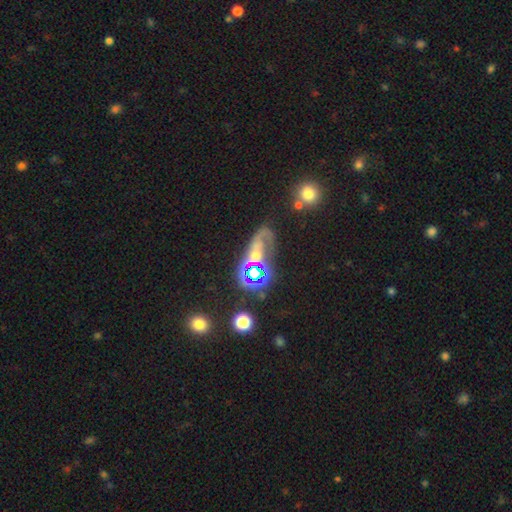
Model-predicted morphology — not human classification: A featured or disk galaxy (39%).

Vote fractions:
- Smooth or featured? featured or disk: 39% / star or artifact: 35% / smooth: 26%
- Merging? none: 40% / major disturbance: 26% / minor disturbance: 20% / merger: 14%